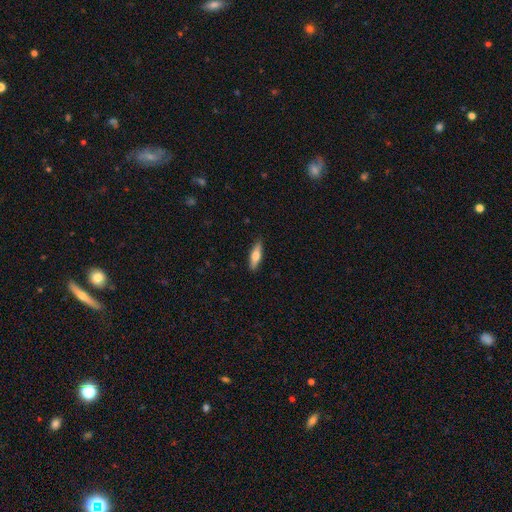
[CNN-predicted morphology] smooth_or_featured: smooth (p=0.64) [alt: featured or disk p=0.30]
how_rounded: cigar-shaped (p=0.55) [alt: in between p=0.43]
merging: none (p=0.88) [alt: minor disturbance p=0.09]